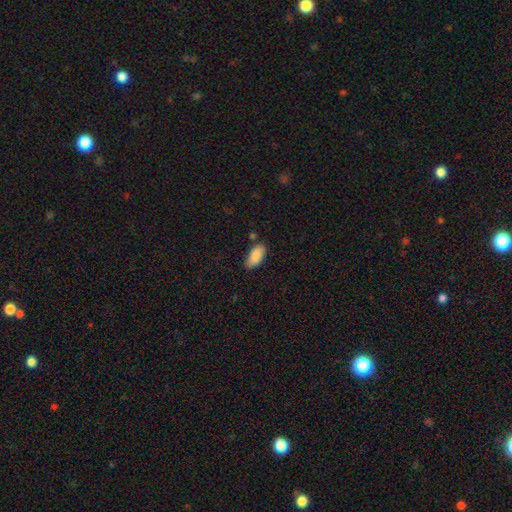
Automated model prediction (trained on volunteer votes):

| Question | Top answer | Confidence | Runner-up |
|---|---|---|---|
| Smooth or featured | smooth | 88% | star or artifact (6%) |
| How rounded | in between | 92% | cigar-shaped (6%) |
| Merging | none | 76% | minor disturbance (18%) |